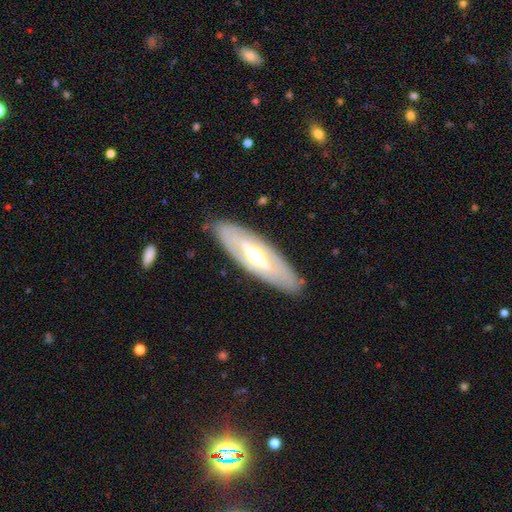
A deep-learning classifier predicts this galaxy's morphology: This appears to be a featured or disk galaxy (68%). Merging: none (84%).